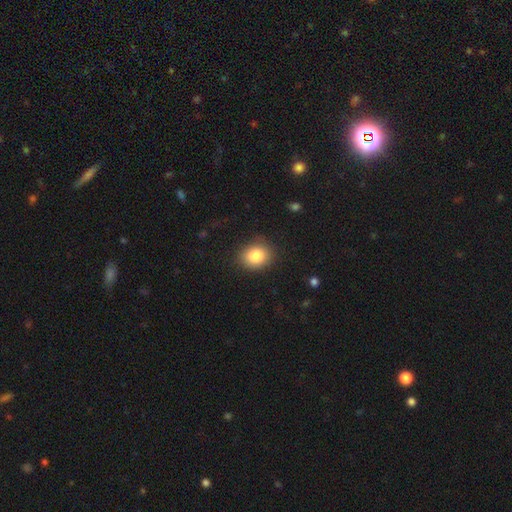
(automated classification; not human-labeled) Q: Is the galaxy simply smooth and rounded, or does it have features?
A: smooth — 84%.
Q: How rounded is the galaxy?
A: round — 56%.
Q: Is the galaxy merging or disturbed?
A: none — 86%.